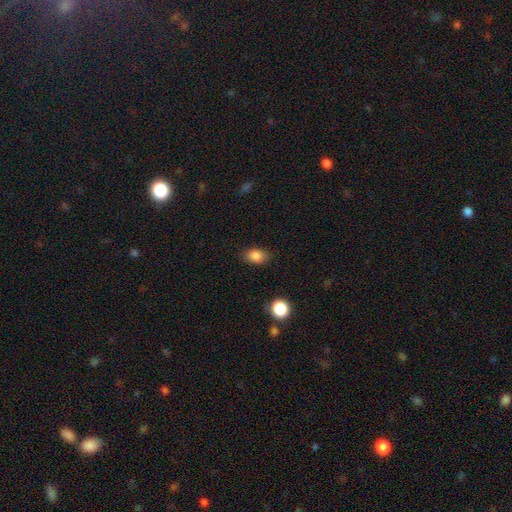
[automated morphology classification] smooth 85%, star or artifact 10%, featured or disk 5%. Down the decision tree: how rounded — in between (76%); merging — none (83%).